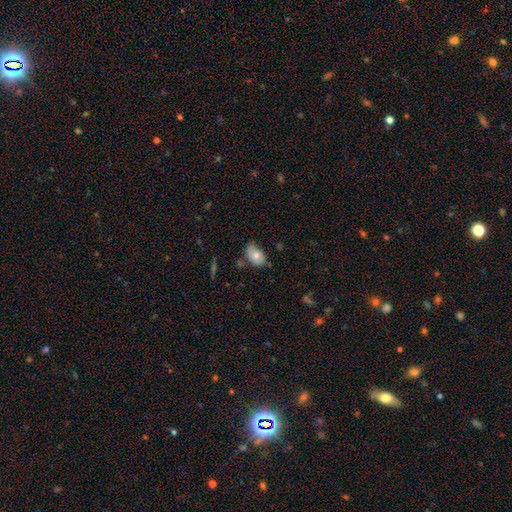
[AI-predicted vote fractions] A smooth galaxy with no disk features (66%) that is in between round and cigar-shaped (84%).

Vote fractions:
- Smooth or featured? smooth: 66% / featured or disk: 26% / star or artifact: 8%
- How rounded? in between: 84% / round: 15% / cigar-shaped: 1%
- Merging? none: 51% / minor disturbance: 35% / major disturbance: 9% / merger: 4%